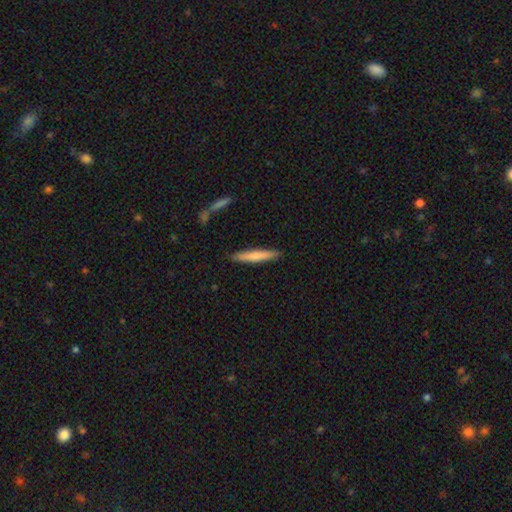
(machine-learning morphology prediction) A smooth galaxy with no disk features (71%) that is cigar-shaped (93%).

Vote fractions:
- Smooth or featured? smooth: 71% / featured or disk: 23% / star or artifact: 5%
- How rounded? cigar-shaped: 93% / in between: 6% / round: 1%
- Merging? none: 89% / minor disturbance: 8% / merger: 2% / major disturbance: 2%